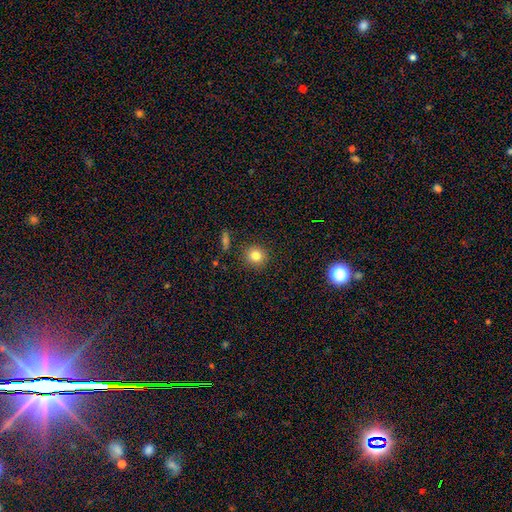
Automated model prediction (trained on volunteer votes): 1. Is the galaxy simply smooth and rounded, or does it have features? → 81% smooth, 11% star or artifact, 7% featured or disk.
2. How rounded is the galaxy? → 90% round, 9% in between, 1% cigar-shaped.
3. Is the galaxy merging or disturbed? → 90% none, 6% minor disturbance, 2% major disturbance, 2% merger.